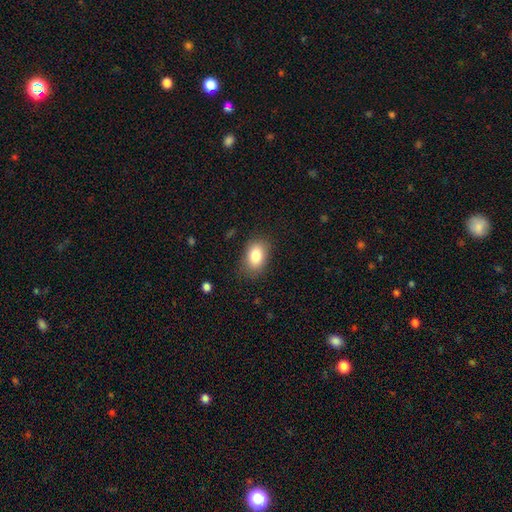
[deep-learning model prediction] smooth-or-featured: smooth: 83% | star or artifact: 8% | featured or disk: 8%
  how-rounded: in between: 82% | round: 16% | cigar-shaped: 1%
  merging: none: 81% | minor disturbance: 14% | major disturbance: 4% | merger: 1%